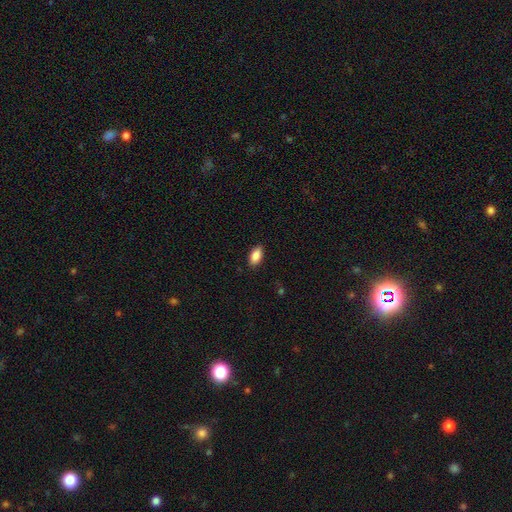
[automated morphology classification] The model was most divided on "merging": none: 88%, minor disturbance: 9%, major disturbance: 2%, merger: 1%. More confident: how rounded — in between (92%); smooth or featured — smooth (88%).